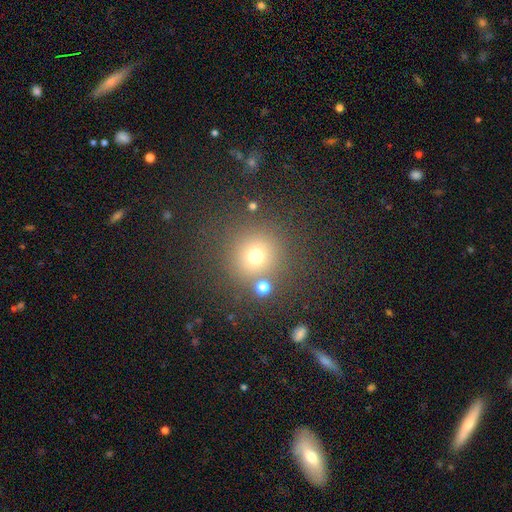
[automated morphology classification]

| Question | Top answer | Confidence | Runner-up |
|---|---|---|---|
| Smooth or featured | smooth | 54% | star or artifact (36%) |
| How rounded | round | 91% | in between (8%) |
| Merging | none | 82% | minor disturbance (8%) |